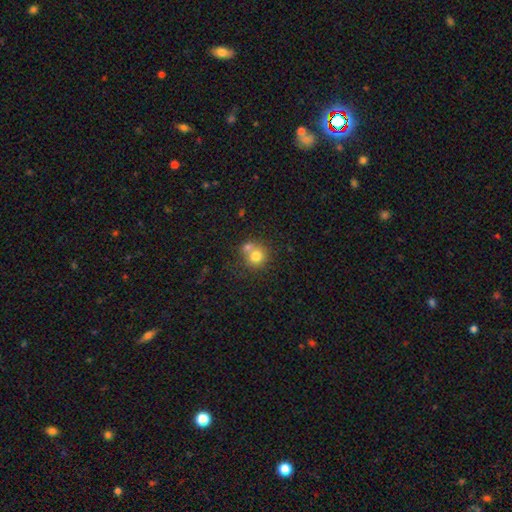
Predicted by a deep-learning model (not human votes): smooth-or-featured: smooth: 75% | featured or disk: 14% | star or artifact: 11%
  how-rounded: round: 86% | in between: 13% | cigar-shaped: 1%
  merging: none: 44% | merger: 43% | minor disturbance: 9% | major disturbance: 4%